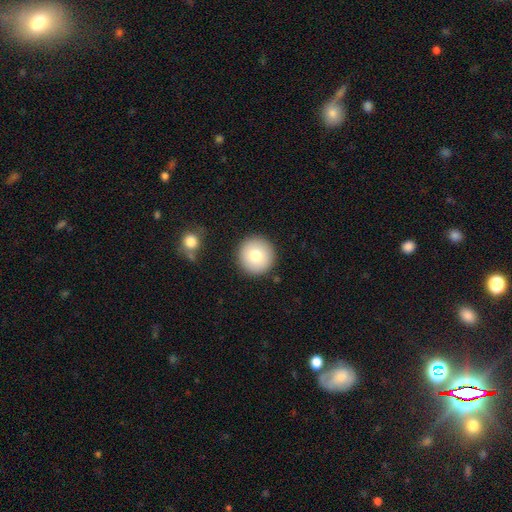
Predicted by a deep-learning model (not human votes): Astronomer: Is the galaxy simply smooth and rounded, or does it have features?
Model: smooth — 77%.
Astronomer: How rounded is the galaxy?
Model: round — 96%.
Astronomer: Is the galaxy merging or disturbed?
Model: none — 90%.